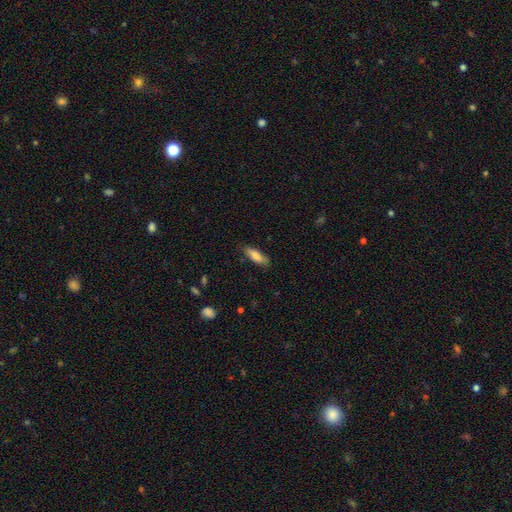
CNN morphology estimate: Q: Smooth or featured?
A: smooth (77%); runner-up: featured or disk (17%)
Q: How rounded?
A: in between (51%); runner-up: cigar-shaped (47%)
Q: Merging?
A: none (82%); runner-up: minor disturbance (14%)